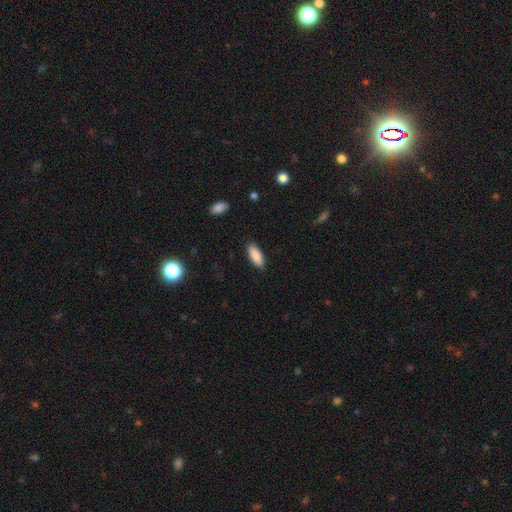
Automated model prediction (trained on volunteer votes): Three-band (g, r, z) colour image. It shows a smooth galaxy with no disk features (89%) that is in between round and cigar-shaped (76%). Merging: none (88%).